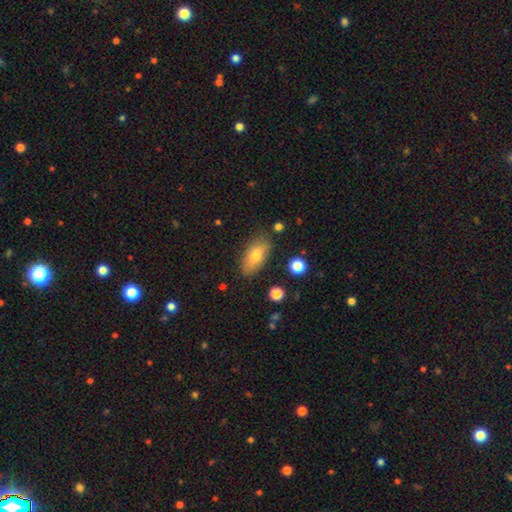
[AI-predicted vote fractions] A smooth galaxy with no disk features (73%) that is in between round and cigar-shaped (84%).

Vote fractions:
- Smooth or featured? smooth: 73% / featured or disk: 18% / star or artifact: 8%
- How rounded? in between: 84% / cigar-shaped: 12% / round: 4%
- Merging? none: 80% / minor disturbance: 14% / major disturbance: 3% / merger: 2%